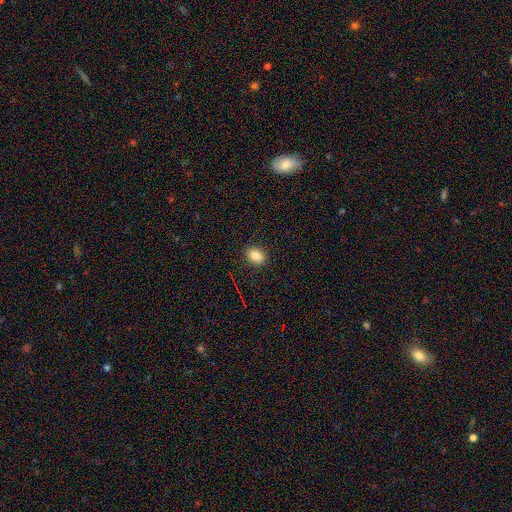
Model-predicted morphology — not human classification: Smooth or featured: smooth — 86% (star or artifact — 10%)
How rounded: in between — 75% (round — 23%)
Merging: none — 89% (minor disturbance — 8%)